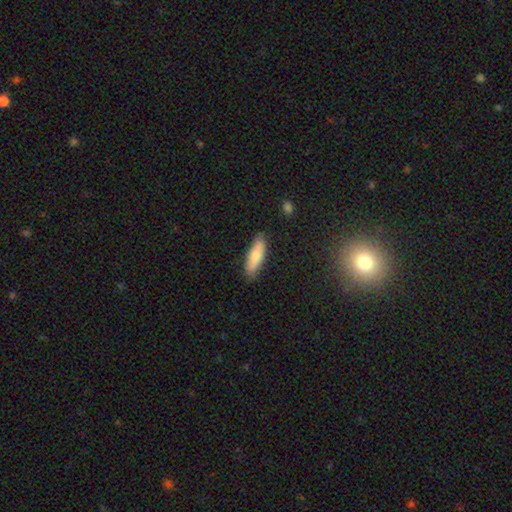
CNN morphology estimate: smooth_or_featured: smooth (p=0.79) [alt: featured or disk p=0.15]
how_rounded: cigar-shaped (p=0.55) [alt: in between p=0.43]
merging: none (p=0.84) [alt: minor disturbance p=0.12]